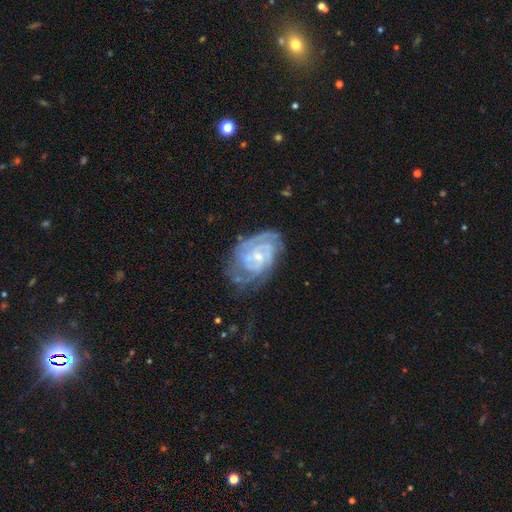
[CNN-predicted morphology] featured or disk 81%, star or artifact 10%, smooth 9%. Down the decision tree: edge-on disk — no (97%); bar — no (54%); spiral arms — yes (96%); spiral arm count — can't tell (30%); spiral winding — tight (70%); bulge size — small (63%); merging — none (69%).